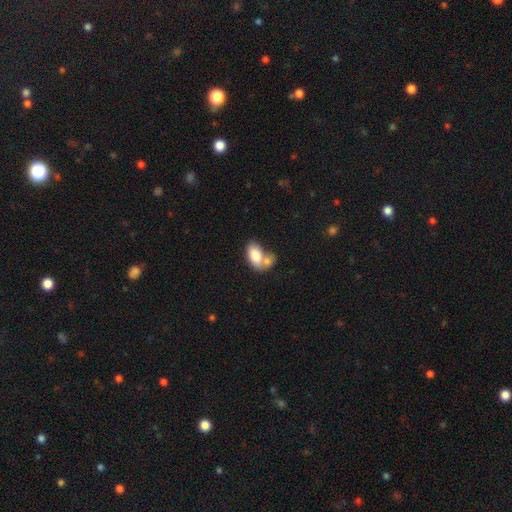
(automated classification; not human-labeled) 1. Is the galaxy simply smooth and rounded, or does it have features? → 80% smooth, 13% featured or disk, 7% star or artifact.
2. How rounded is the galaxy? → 92% in between, 6% round, 2% cigar-shaped.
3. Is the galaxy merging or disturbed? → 56% merger, 26% none, 12% minor disturbance, 6% major disturbance.